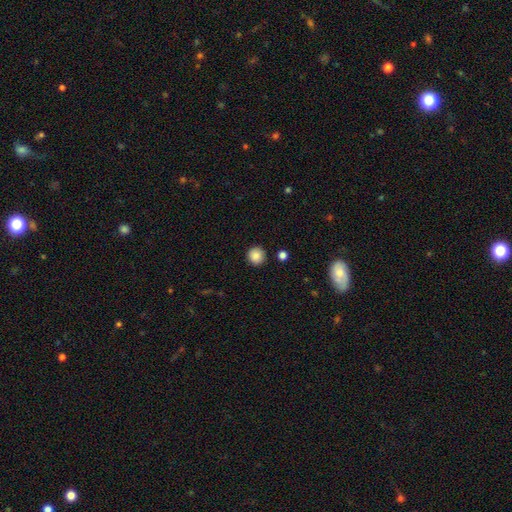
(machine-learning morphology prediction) The model was most divided on "smooth or featured": smooth: 87%, star or artifact: 10%, featured or disk: 3%. More confident: how rounded — round (93%); merging — none (91%).